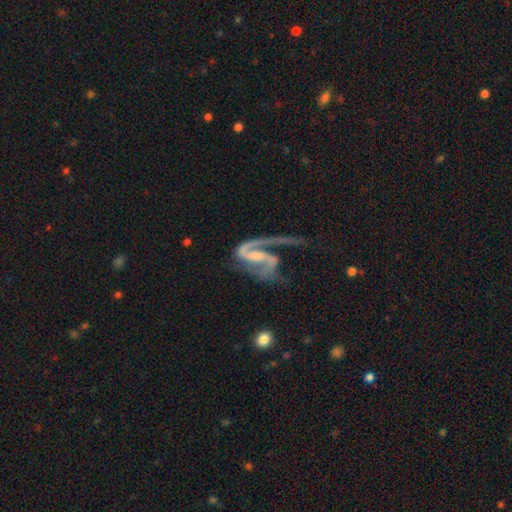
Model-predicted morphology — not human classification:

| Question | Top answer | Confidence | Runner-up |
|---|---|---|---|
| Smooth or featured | featured or disk | 90% | smooth (5%) |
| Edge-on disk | no | 97% | yes (3%) |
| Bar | weak | 42% | strong (35%) |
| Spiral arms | yes | 96% | no (4%) |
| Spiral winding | loose | 45% | medium (42%) |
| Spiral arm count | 2 | 65% | 1 (29%) |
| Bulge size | small | 38% | none (29%) |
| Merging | major disturbance | 48% | none (30%) |